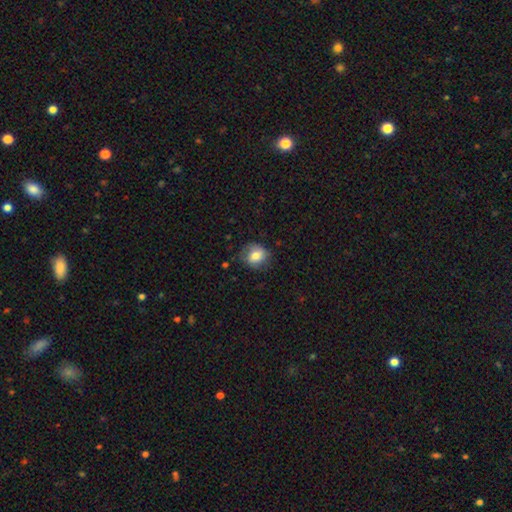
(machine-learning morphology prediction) Smooth or featured?
  - smooth: 73% *
  - featured or disk: 19%
  - star or artifact: 8%
How rounded?
  - round: 71% *
  - in between: 28%
  - cigar-shaped: 1%
Merging?
  - none: 68% *
  - minor disturbance: 23%
  - major disturbance: 7%
  - merger: 1%